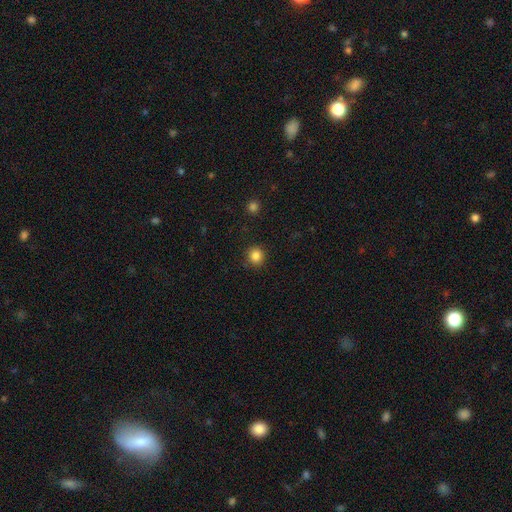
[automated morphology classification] smooth 85%, star or artifact 11%, featured or disk 4%. Down the decision tree: how rounded — round (92%); merging — none (91%).